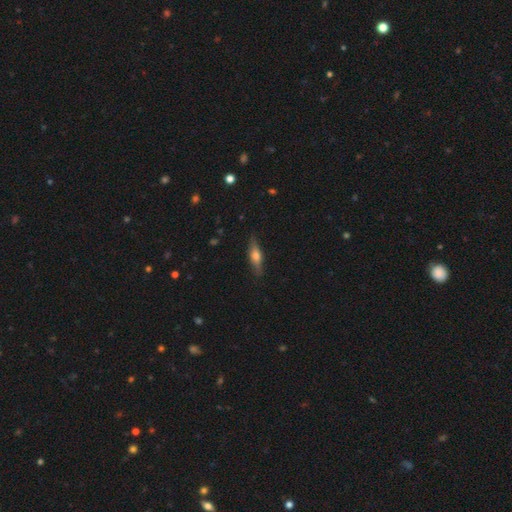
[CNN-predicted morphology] This is possibly a smooth galaxy (48%). Merging: clearly none (84%).